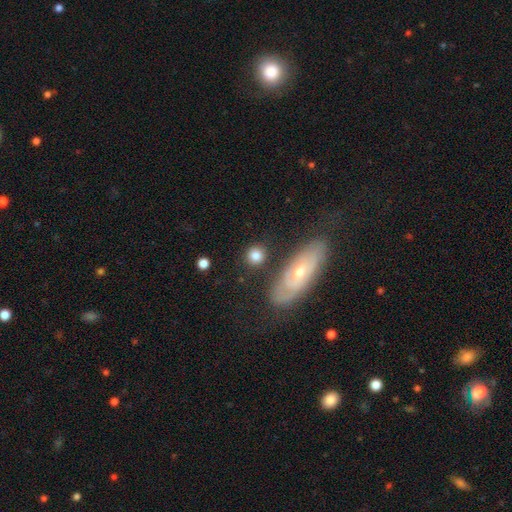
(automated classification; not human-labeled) Smooth or featured?
  - smooth: 78% *
  - featured or disk: 14%
  - star or artifact: 8%
How rounded?
  - round: 83% *
  - in between: 14%
  - cigar-shaped: 3%
Merging?
  - none: 79% *
  - minor disturbance: 10%
  - merger: 6%
  - major disturbance: 4%